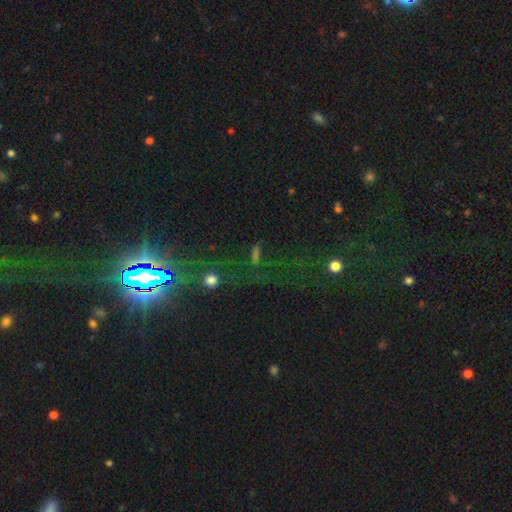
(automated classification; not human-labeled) Smooth or featured? Predicted: star or artifact (p=0.54).